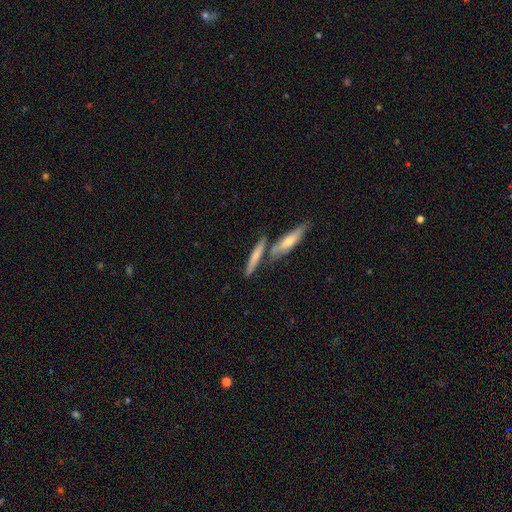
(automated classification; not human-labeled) smooth-or-featured: smooth: 60% | featured or disk: 34% | star or artifact: 6%
  how-rounded: cigar-shaped: 85% | in between: 12% | round: 3%
  merging: none: 59% | merger: 27% | minor disturbance: 10% | major disturbance: 3%